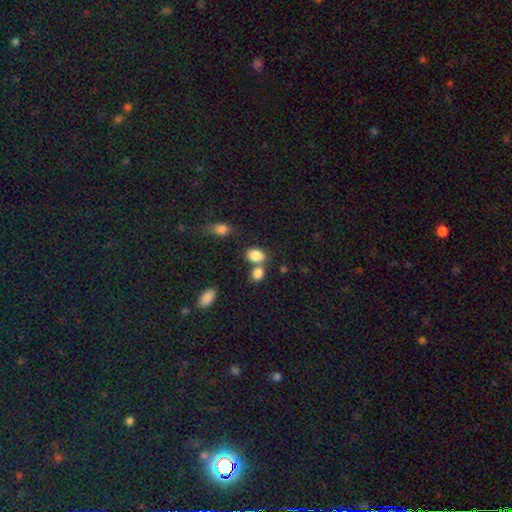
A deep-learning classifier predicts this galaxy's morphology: A smooth galaxy with no disk features (85%) that is in between round and cigar-shaped (73%).

Vote fractions:
- Smooth or featured? smooth: 85% / star or artifact: 10% / featured or disk: 6%
- How rounded? in between: 73% / round: 25% / cigar-shaped: 1%
- Merging? none: 50% / merger: 33% / minor disturbance: 12% / major disturbance: 5%